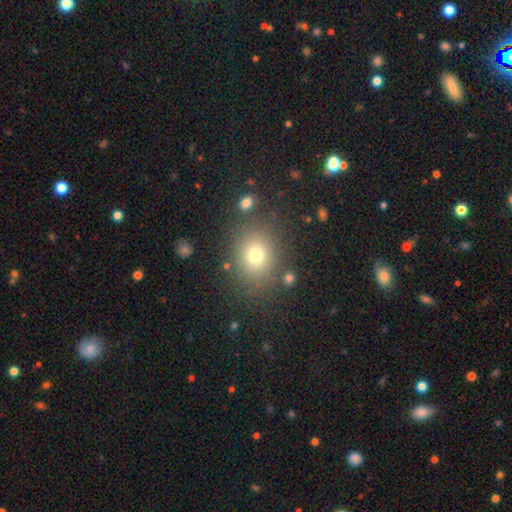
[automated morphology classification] Q: Smooth or featured?
A: smooth (74%); runner-up: star or artifact (15%)
Q: How rounded?
A: round (61%); runner-up: in between (39%)
Q: Merging?
A: none (81%); runner-up: minor disturbance (10%)